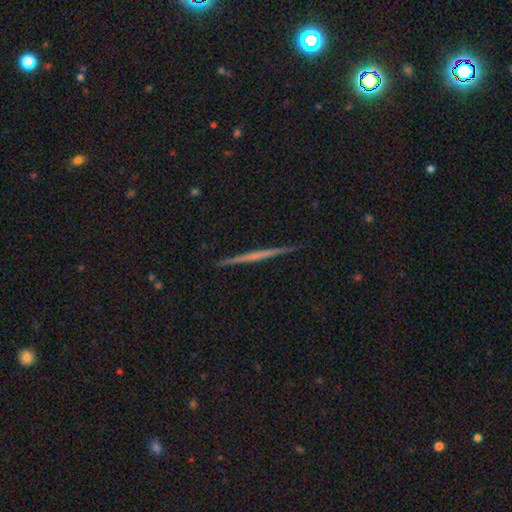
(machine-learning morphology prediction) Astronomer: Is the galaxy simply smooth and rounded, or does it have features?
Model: featured or disk — 66%.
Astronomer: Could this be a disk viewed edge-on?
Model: yes — 98%.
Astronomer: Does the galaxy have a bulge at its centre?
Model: none — 82%.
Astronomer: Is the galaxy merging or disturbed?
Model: none — 93%.